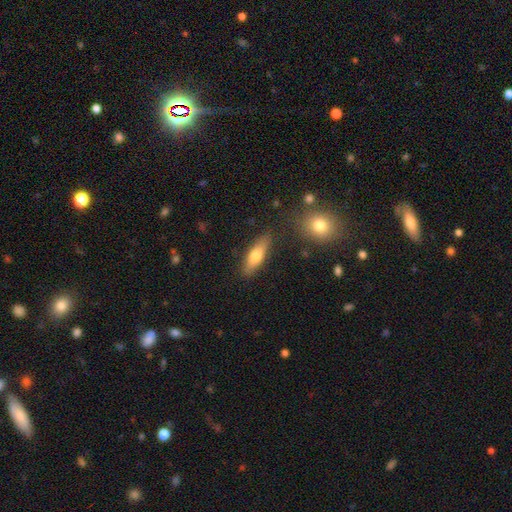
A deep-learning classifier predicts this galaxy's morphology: This is likely a smooth galaxy (66%). How rounded: possibly cigar-shaped (51%). Merging: clearly none (84%).